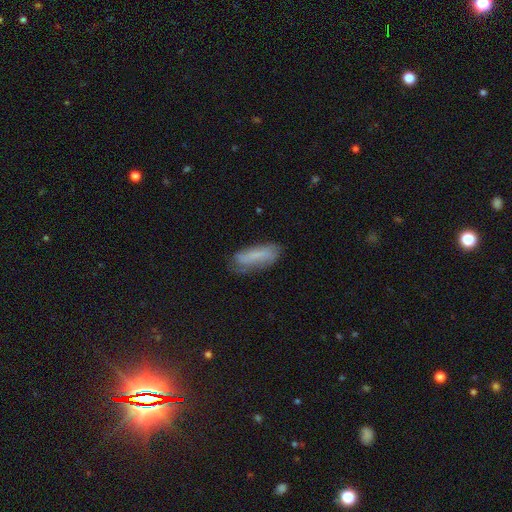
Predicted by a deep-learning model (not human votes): smooth 55%, featured or disk 36%, star or artifact 9%. Down the decision tree: how rounded — in between (60%); merging — none (57%).